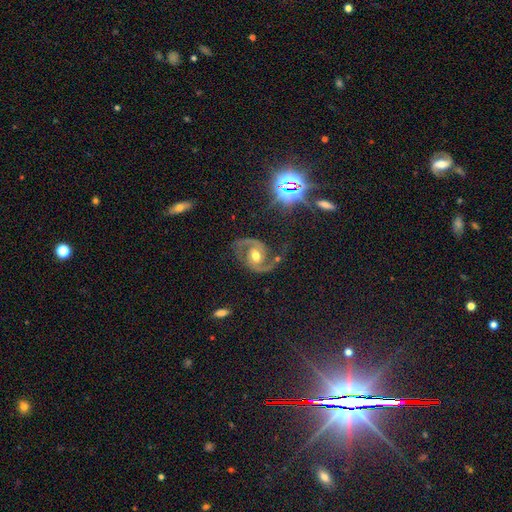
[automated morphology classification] A featured or disk galaxy (89%) with no bar (54%), 2 (94%) medium (60%) spiral arms (97%) and a moderate central bulge (76%). Merging: none (76%).